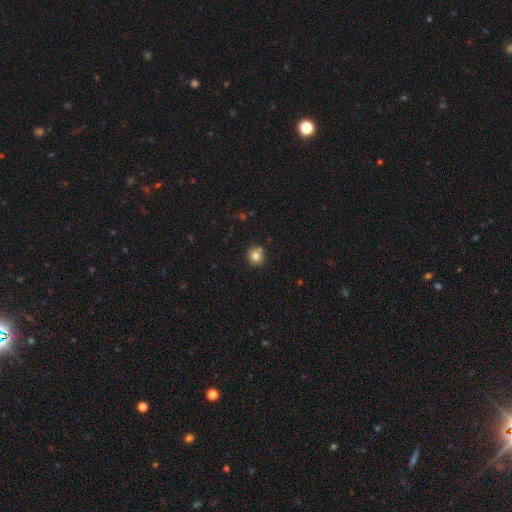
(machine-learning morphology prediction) Smooth or featured? smooth (81%)
How rounded? round (92%)
Merging? none (77%)